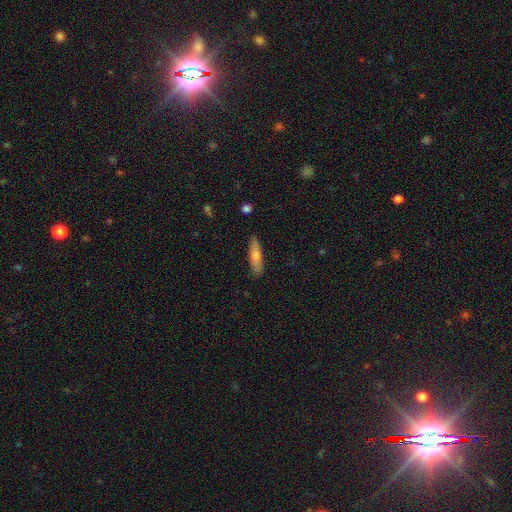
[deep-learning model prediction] Q: Smooth or featured?
A: smooth (73%); runner-up: featured or disk (21%)
Q: How rounded?
A: cigar-shaped (69%); runner-up: in between (30%)
Q: Merging?
A: none (86%); runner-up: minor disturbance (11%)